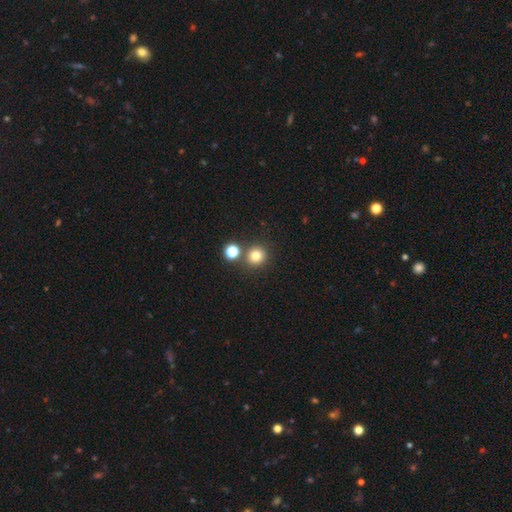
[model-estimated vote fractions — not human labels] smooth_or_featured: smooth (p=0.79) [alt: star or artifact p=0.15]
how_rounded: round (p=0.92) [alt: in between p=0.07]
merging: none (p=0.77) [alt: merger p=0.13]